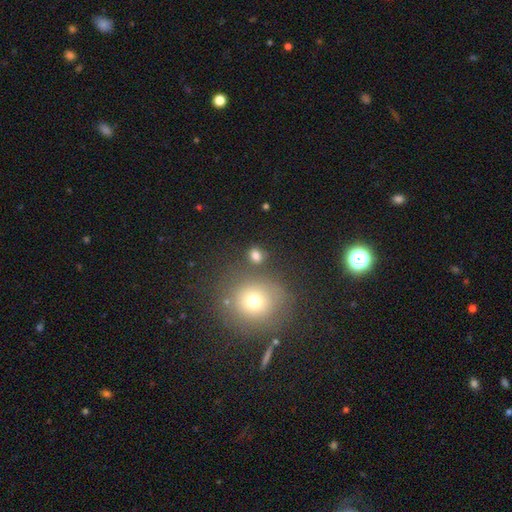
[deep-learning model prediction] A smooth galaxy with no disk features (77%) that is round (64%). Merging: none (74%).